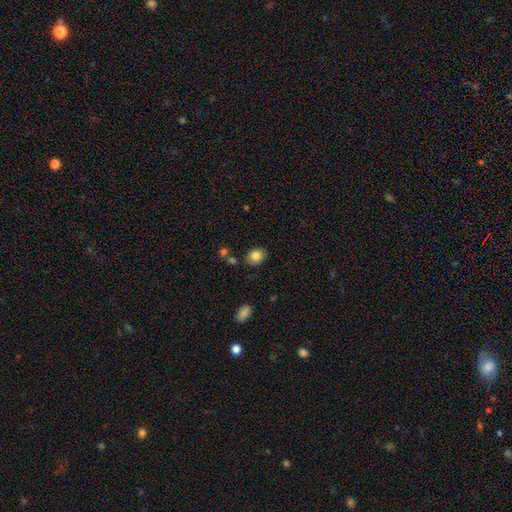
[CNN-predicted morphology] Smooth or featured: smooth — 83% (star or artifact — 9%)
How rounded: in between — 62% (round — 38%)
Merging: none — 83% (minor disturbance — 11%)